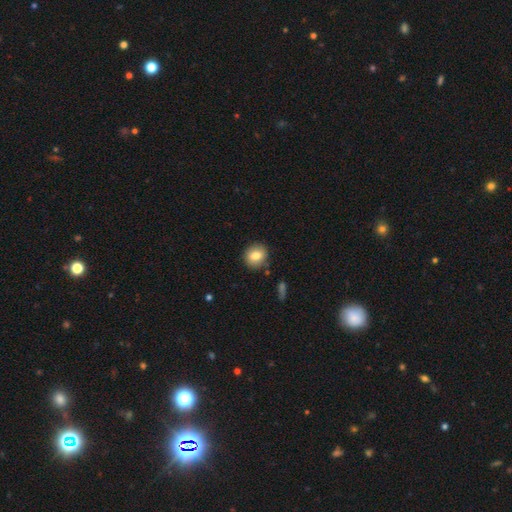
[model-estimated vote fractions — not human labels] This appears to be a smooth galaxy with no disk features (80%) that is round (79%). Merging: none (86%).